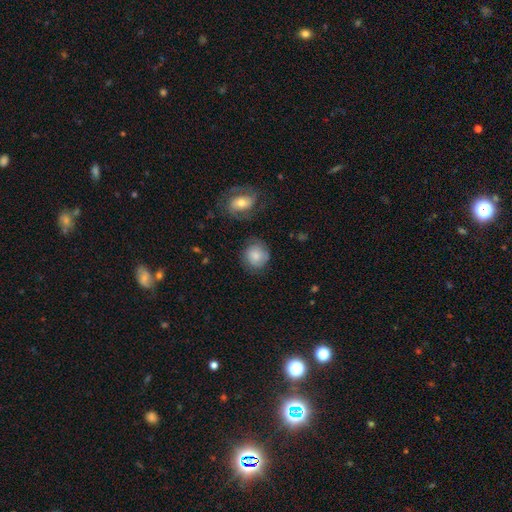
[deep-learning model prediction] Q: Smooth or featured?
A: smooth (71%); runner-up: featured or disk (21%)
Q: How rounded?
A: round (81%); runner-up: in between (18%)
Q: Merging?
A: none (71%); runner-up: minor disturbance (17%)